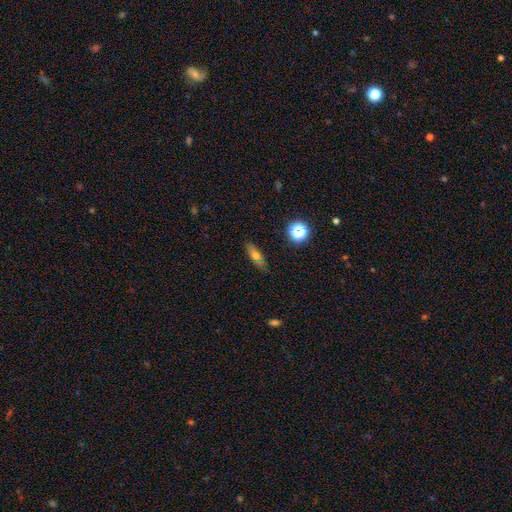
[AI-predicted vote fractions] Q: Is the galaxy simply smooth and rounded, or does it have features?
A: smooth — 62%.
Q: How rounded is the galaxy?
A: in between — 51%.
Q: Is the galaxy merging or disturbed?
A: none — 82%.